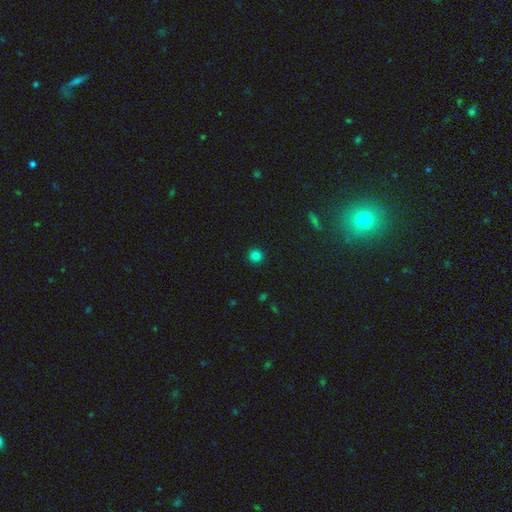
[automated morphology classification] The model was most divided on "smooth or featured": smooth: 82%, star or artifact: 14%, featured or disk: 4%. More confident: how rounded — round (95%); merging — none (92%).